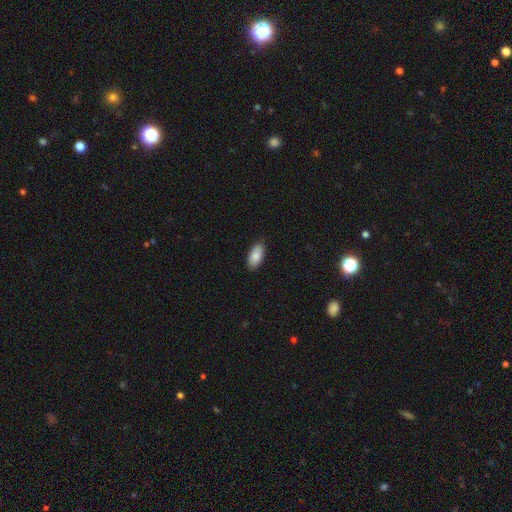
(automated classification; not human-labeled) smooth 87%, featured or disk 7%, star or artifact 6%. Down the decision tree: how rounded — in between (93%); merging — none (87%).